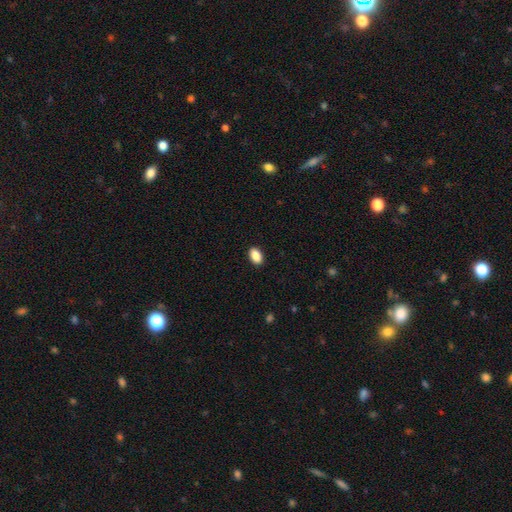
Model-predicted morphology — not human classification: This is clearly a smooth galaxy (89%). How rounded: clearly in between (91%). Merging: clearly none (91%).